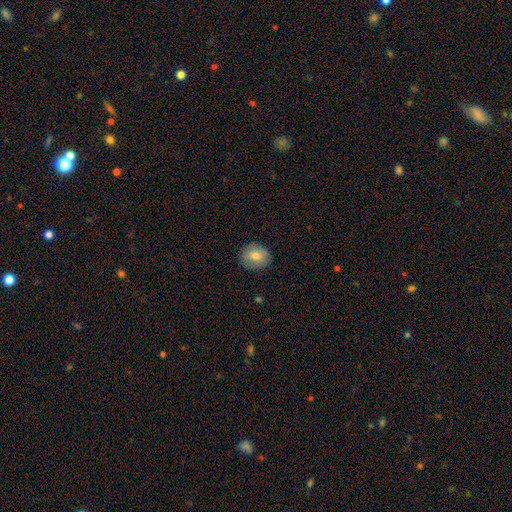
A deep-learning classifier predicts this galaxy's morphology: smooth-or-featured: smooth: 75% | featured or disk: 16% | star or artifact: 8%
  how-rounded: round: 72% | in between: 27% | cigar-shaped: 1%
  merging: none: 85% | minor disturbance: 11% | major disturbance: 2% | merger: 1%